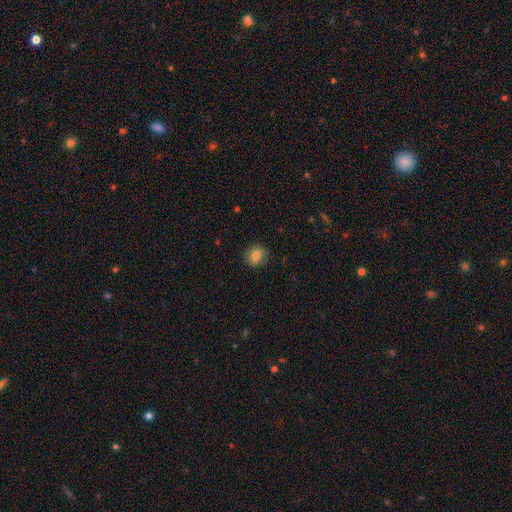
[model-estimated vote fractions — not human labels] This is clearly a smooth galaxy (82%). How rounded: likely round (78%). Merging: clearly none (87%).